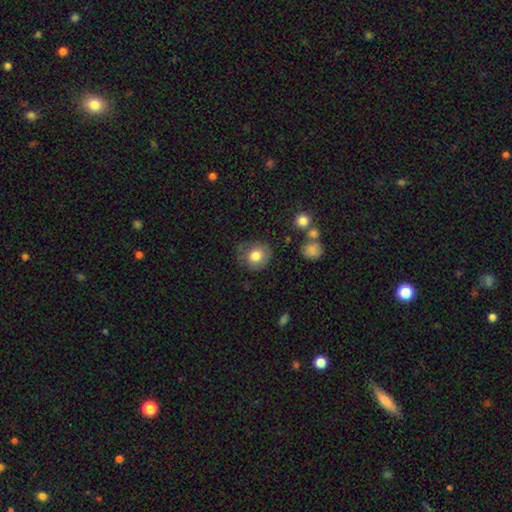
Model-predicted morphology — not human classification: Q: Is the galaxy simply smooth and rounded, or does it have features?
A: smooth — 74%.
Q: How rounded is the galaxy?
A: round — 77%.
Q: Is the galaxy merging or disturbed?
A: none — 63%.